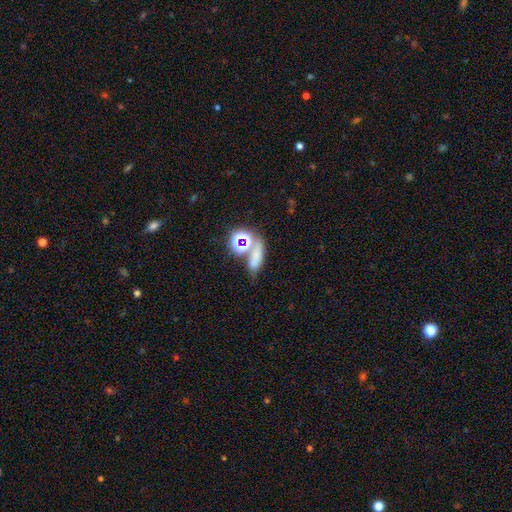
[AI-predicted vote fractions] Overall: smooth (61%; star or artifact 27%). How rounded: in between (57%; round 24%). Merging: none (48%; merger 31%).